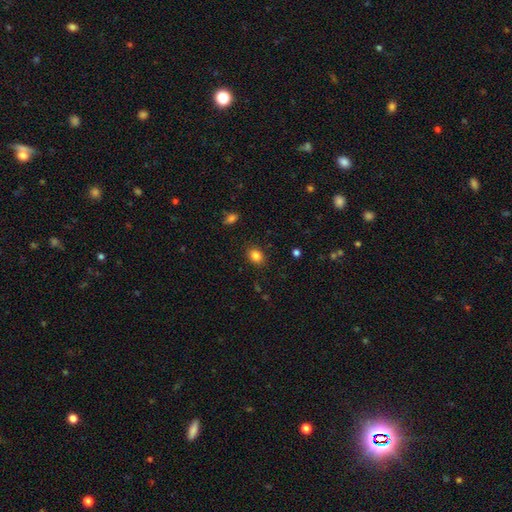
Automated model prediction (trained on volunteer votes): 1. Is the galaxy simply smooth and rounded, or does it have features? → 84% smooth, 10% star or artifact, 5% featured or disk.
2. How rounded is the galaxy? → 56% in between, 43% round, 1% cigar-shaped.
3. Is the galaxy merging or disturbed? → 87% none, 9% minor disturbance, 2% major disturbance, 1% merger.